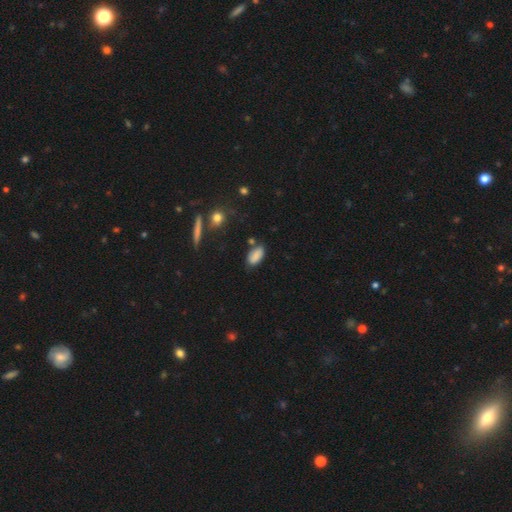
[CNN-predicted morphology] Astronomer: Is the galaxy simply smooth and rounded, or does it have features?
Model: smooth — 86%.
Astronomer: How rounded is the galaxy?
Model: in between — 92%.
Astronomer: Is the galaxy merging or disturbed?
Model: none — 75%.